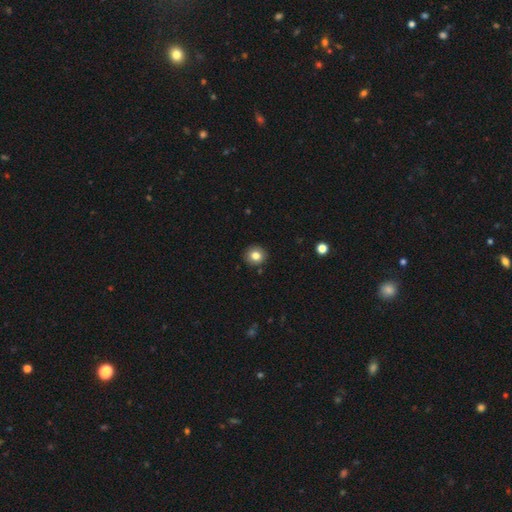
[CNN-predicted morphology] This is clearly a smooth galaxy (81%). How rounded: clearly round (87%). Merging: clearly none (90%).